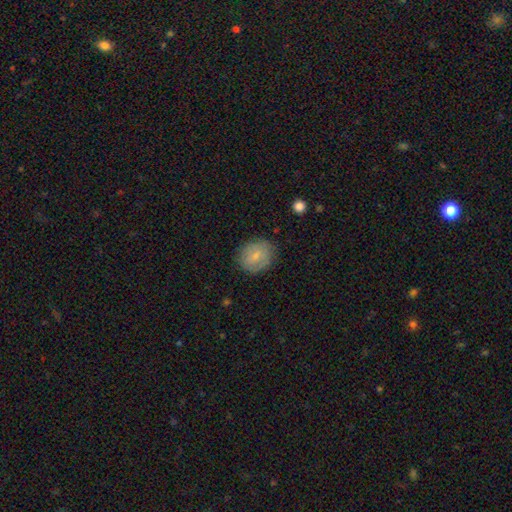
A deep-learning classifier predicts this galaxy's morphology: smooth_or_featured: smooth (p=0.71) [alt: featured or disk p=0.22]
how_rounded: round (p=0.67) [alt: in between p=0.32]
merging: none (p=0.79) [alt: minor disturbance p=0.15]